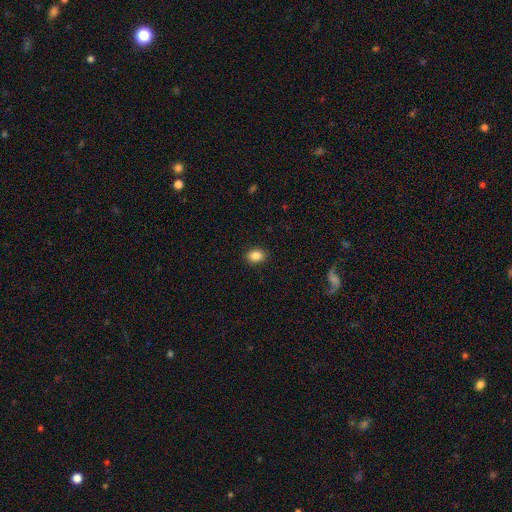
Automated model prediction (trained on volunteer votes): This appears to be a smooth galaxy with no disk features (87%) that is in between round and cigar-shaped (68%). Merging: none (89%).